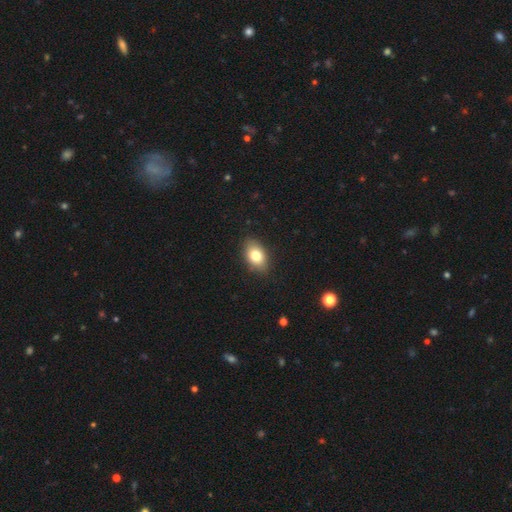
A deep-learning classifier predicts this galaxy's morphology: Smooth or featured? smooth (80%)
How rounded? in between (88%)
Merging? none (86%)